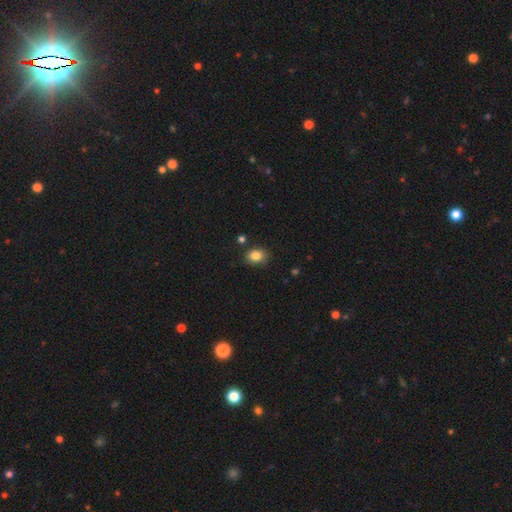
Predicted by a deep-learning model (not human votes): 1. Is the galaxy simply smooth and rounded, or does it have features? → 85% smooth, 10% star or artifact, 6% featured or disk.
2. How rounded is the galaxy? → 60% in between, 39% round, 1% cigar-shaped.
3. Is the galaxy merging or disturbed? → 80% none, 13% minor disturbance, 3% merger, 3% major disturbance.